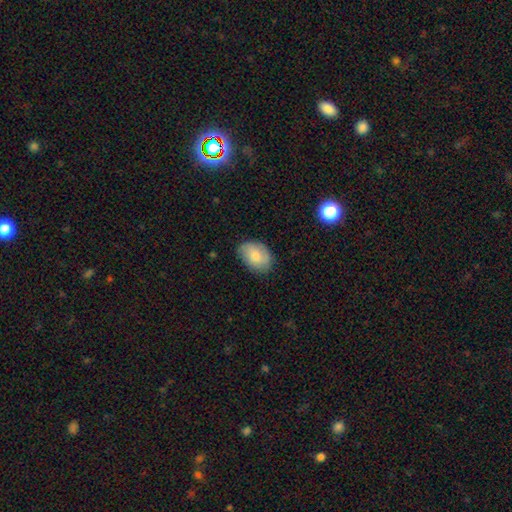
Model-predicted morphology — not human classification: Smooth or featured? smooth (74%)
How rounded? in between (76%)
Merging? none (74%)